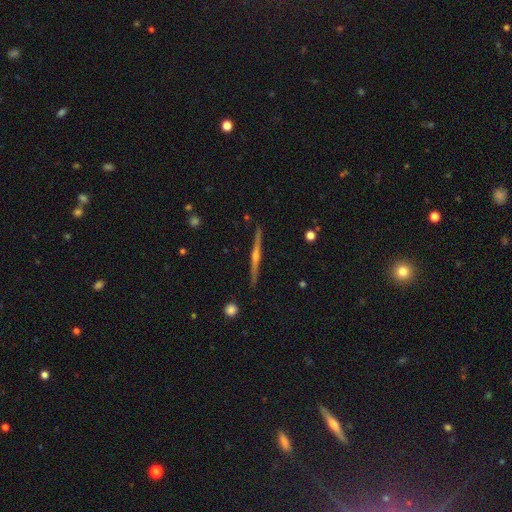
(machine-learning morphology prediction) A featured or disk galaxy (80%) viewed edge-on (99%) with a rounded central bulge (85%).

Vote fractions:
- Smooth or featured? featured or disk: 80% / smooth: 14% / star or artifact: 6%
- Edge-on disk? yes: 99% / no: 1%
- Edge-on bulge? rounded: 85% / none: 10% / boxy: 6%
- Merging? none: 91% / minor disturbance: 6% / major disturbance: 1% / merger: 1%